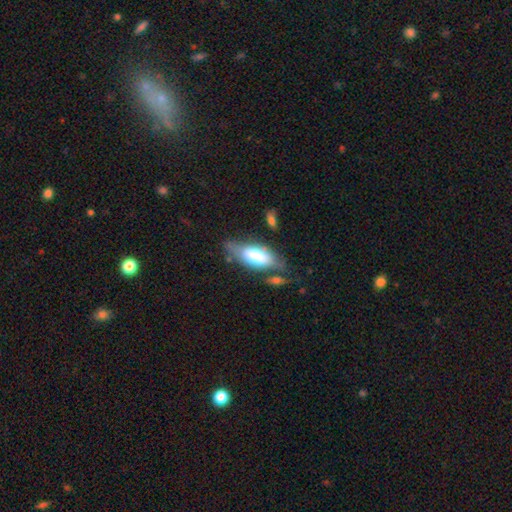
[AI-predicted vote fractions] Smooth or featured? Predicted: smooth (p=0.66). How rounded? Predicted: in between (p=0.76). Merging? Predicted: none (p=0.56).